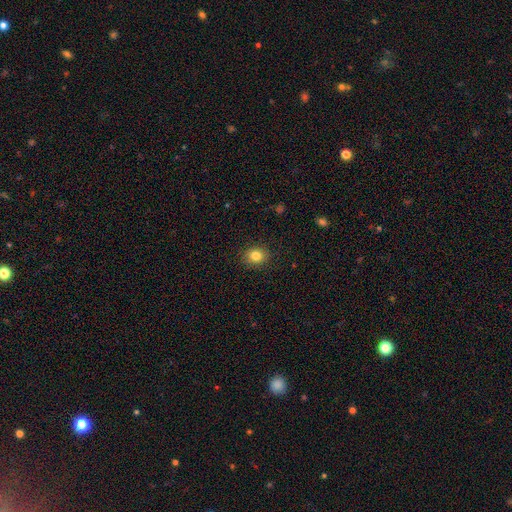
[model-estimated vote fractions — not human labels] A smooth galaxy with no disk features (83%) that is round (65%).

Vote fractions:
- Smooth or featured? smooth: 83% / star or artifact: 11% / featured or disk: 6%
- How rounded? round: 65% / in between: 34% / cigar-shaped: 1%
- Merging? none: 89% / minor disturbance: 8% / major disturbance: 2% / merger: 1%